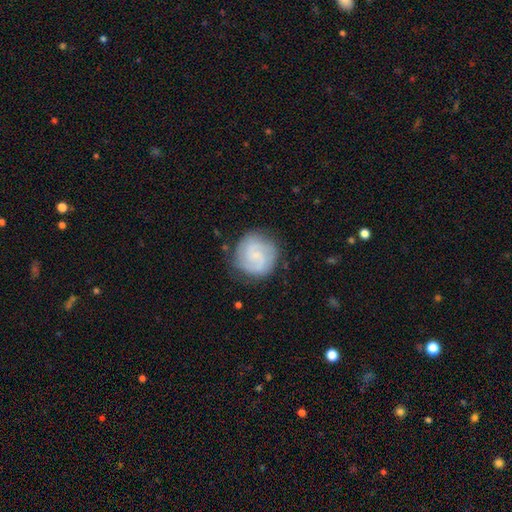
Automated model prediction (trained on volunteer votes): A featured or disk galaxy (70%) with no bar (49%), 2 (61%) tight (49%) spiral arms (95%) and a small central bulge (63%).

Vote fractions:
- Smooth or featured? featured or disk: 70% / smooth: 24% / star or artifact: 6%
- Edge-on disk? no: 98% / yes: 2%
- Bar? no: 49% / weak: 44% / strong: 7%
- Spiral arms? yes: 95% / no: 5%
- Spiral winding? tight: 49% / medium: 40% / loose: 11%
- Spiral arm count? 2: 61% / can't tell: 15% / 3: 14% / 1: 3% / 4: 3% / more than 4: 3%
- Bulge size? small: 63% / none: 22% / moderate: 13% / large: 1% / dominant: 1%
- Merging? none: 80% / minor disturbance: 14% / major disturbance: 5% / merger: 1%